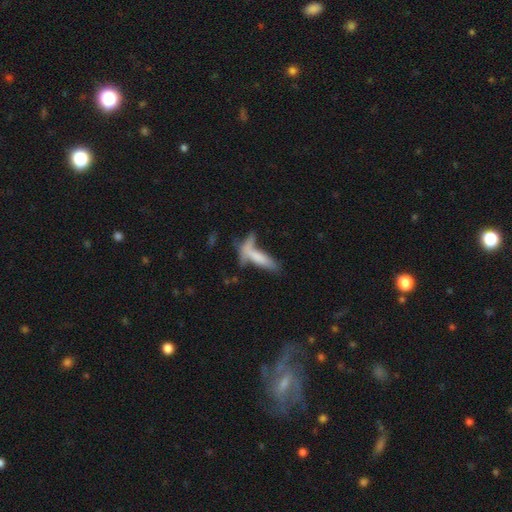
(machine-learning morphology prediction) Overall: smooth (64%; featured or disk 26%). How rounded: cigar-shaped (72%). Merging: merger (37%; none 33%).